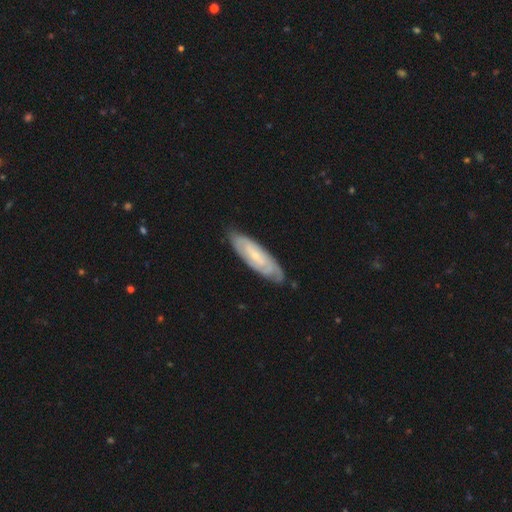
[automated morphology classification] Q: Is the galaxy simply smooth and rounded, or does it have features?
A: featured or disk — 71%.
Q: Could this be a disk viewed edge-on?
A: no — 84%.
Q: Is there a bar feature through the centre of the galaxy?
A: no — 60%.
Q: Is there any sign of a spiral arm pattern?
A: yes — 91%.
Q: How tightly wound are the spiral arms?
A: tight — 70%.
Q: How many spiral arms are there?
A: can't tell — 48%.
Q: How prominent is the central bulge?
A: small — 74%.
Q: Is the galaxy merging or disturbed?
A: none — 78%.